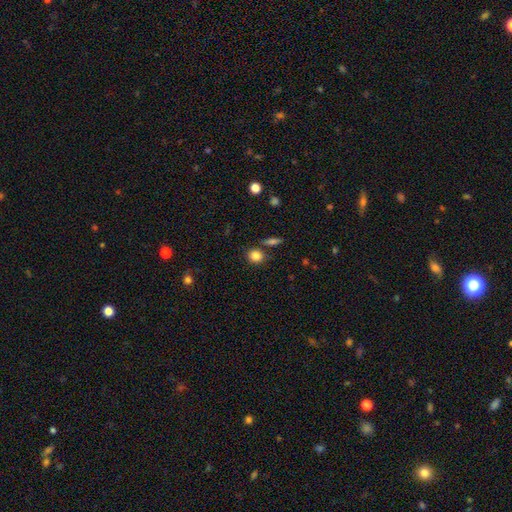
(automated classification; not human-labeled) This appears to be a smooth galaxy with no disk features (85%) that is round (79%). Merging: none (77%).